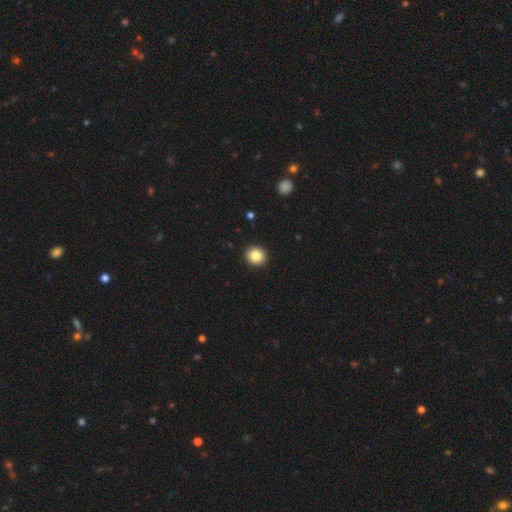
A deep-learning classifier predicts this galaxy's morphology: This is clearly a smooth galaxy (85%). How rounded: clearly round (90%). Merging: clearly none (93%).